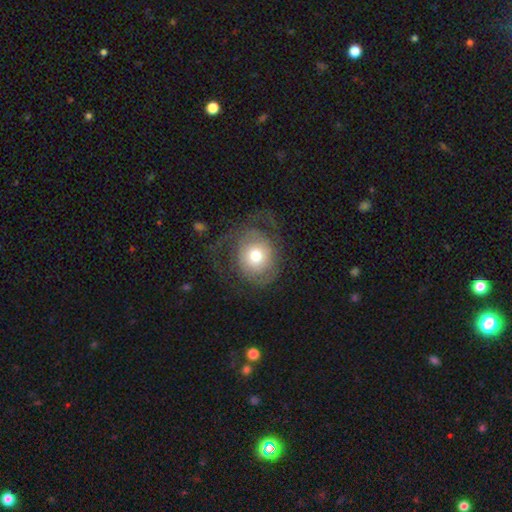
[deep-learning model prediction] Morphology: type=featured or disk (50%); edge-on=no (96%); merging=none (51%).